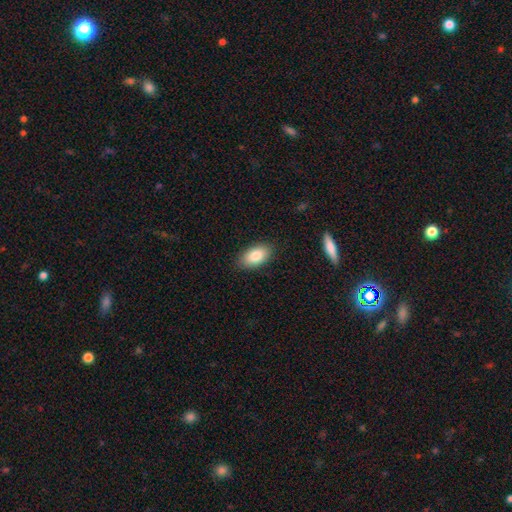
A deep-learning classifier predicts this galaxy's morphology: This appears to be a smooth galaxy with no disk features (84%) that is in between round and cigar-shaped (93%). Merging: none (87%).